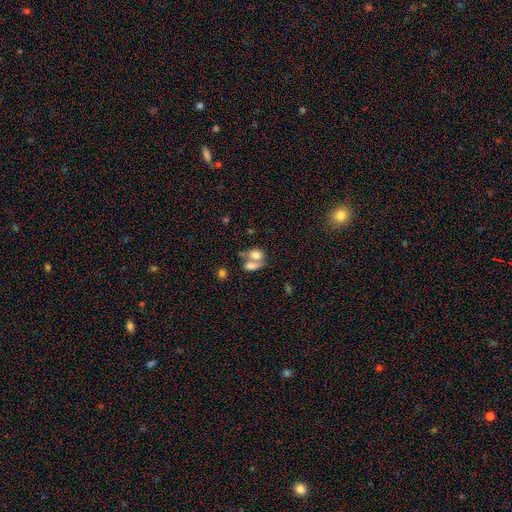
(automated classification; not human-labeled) Smooth or featured: smooth — 74% (featured or disk — 16%)
How rounded: in between — 70% (round — 27%)
Merging: merger — 60% (none — 26%)